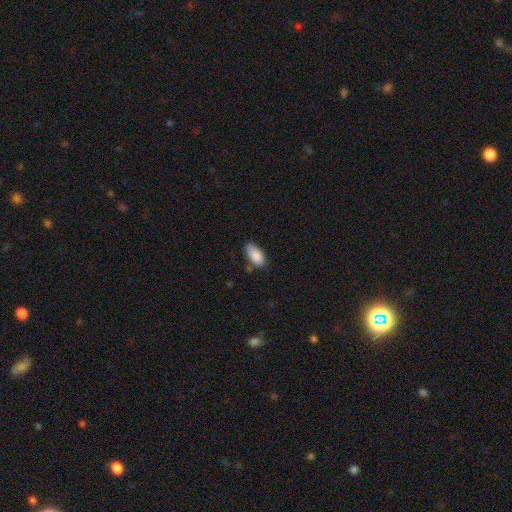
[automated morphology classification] type=smooth (88%); roundness=in between (92%); merging=none (71%).